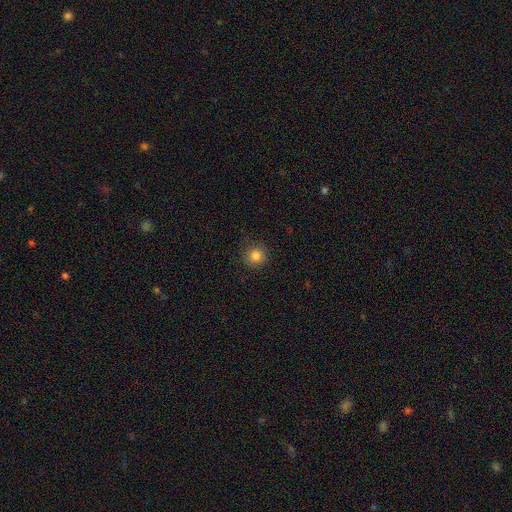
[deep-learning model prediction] Smooth or featured?
  - smooth: 83% *
  - star or artifact: 12%
  - featured or disk: 5%
How rounded?
  - round: 93% *
  - in between: 6%
  - cigar-shaped: 1%
Merging?
  - none: 88% *
  - minor disturbance: 8%
  - major disturbance: 3%
  - merger: 1%